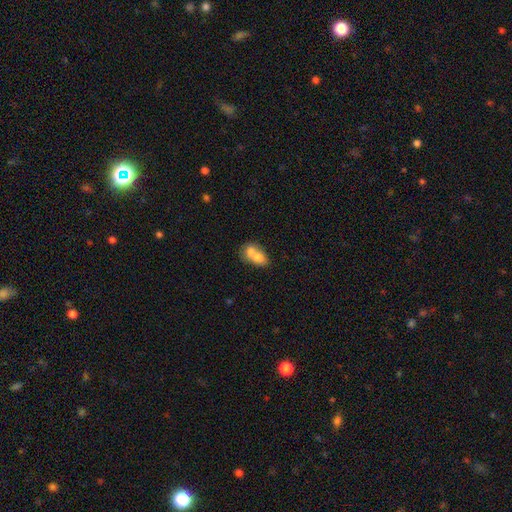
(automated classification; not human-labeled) Overall: smooth (68%). How rounded: in between (72%). Merging: merger (71%).